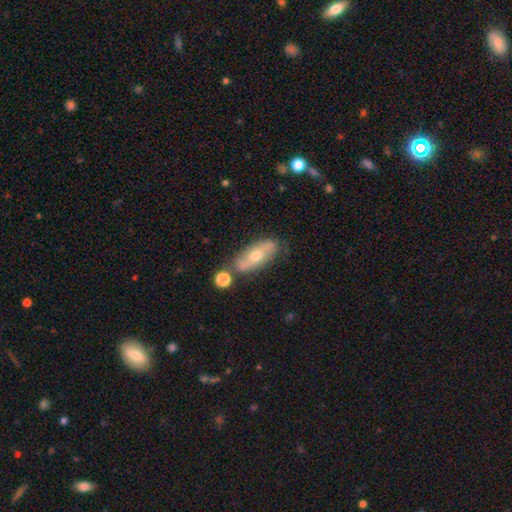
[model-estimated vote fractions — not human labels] featured or disk 53%, smooth 39%, star or artifact 8%. Down the decision tree: edge-on disk — no (78%); merging — none (72%).